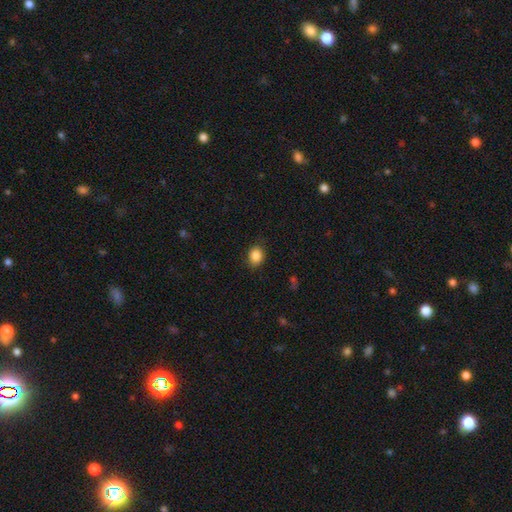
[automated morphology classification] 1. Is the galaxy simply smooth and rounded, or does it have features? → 87% smooth, 9% star or artifact, 4% featured or disk.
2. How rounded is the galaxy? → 50% in between (tied), 50% round (tied), 1% cigar-shaped.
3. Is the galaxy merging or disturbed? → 84% none, 12% minor disturbance, 3% major disturbance, 1% merger.